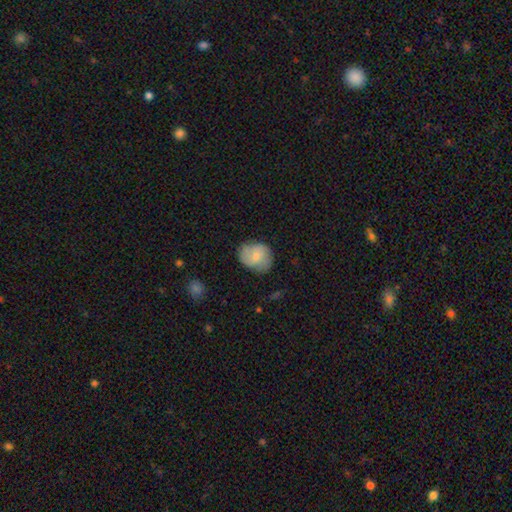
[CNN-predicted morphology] This is likely a smooth galaxy (71%). How rounded: likely round (62%). Merging: likely none (66%).